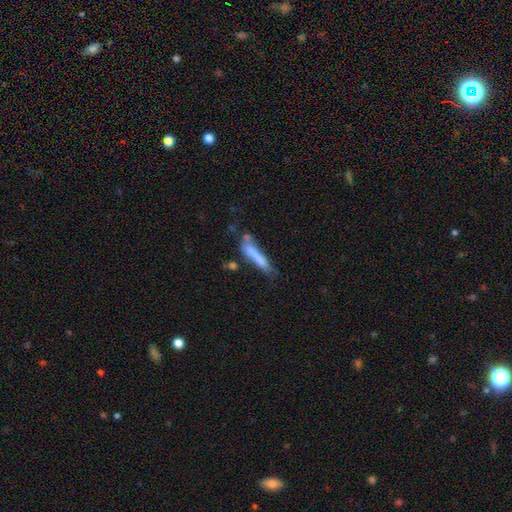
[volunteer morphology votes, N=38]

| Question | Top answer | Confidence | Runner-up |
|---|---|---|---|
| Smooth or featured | smooth | 71% | featured or disk (26%) |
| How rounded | cigar-shaped | 96% | round (4%) |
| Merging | none | 43% | merger (30%) |